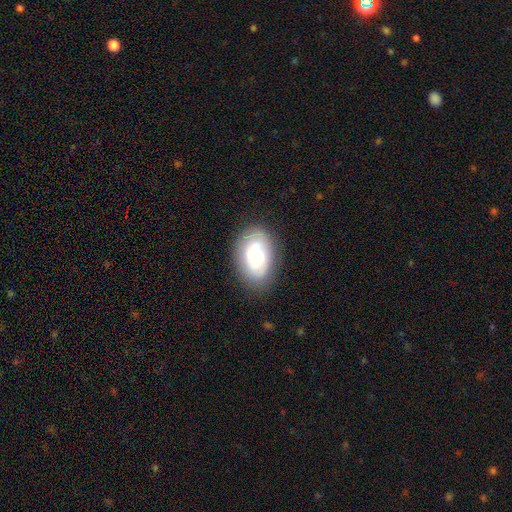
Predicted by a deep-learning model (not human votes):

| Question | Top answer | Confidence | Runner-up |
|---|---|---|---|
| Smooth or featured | smooth | 58% | featured or disk (33%) |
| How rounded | in between | 84% | round (15%) |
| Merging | none | 69% | minor disturbance (19%) |